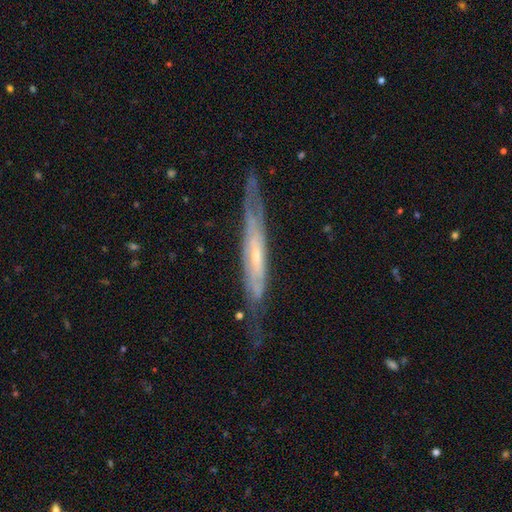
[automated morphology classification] Overall: featured or disk (75%). Edge-on disk: yes (66%; no 34%). Merging: none (66%).